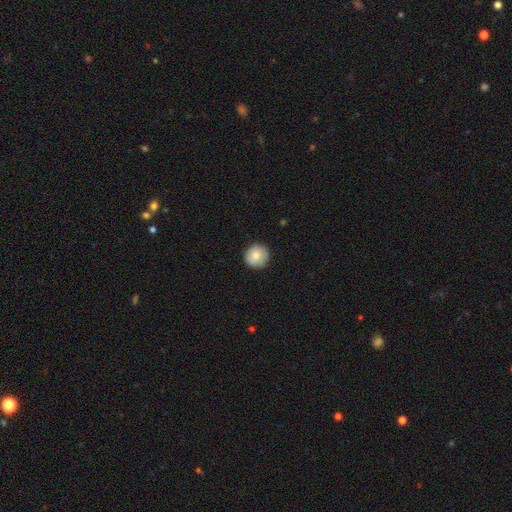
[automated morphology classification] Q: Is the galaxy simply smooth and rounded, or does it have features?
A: smooth — 83%.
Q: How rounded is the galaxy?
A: round — 93%.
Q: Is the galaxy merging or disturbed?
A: none — 88%.